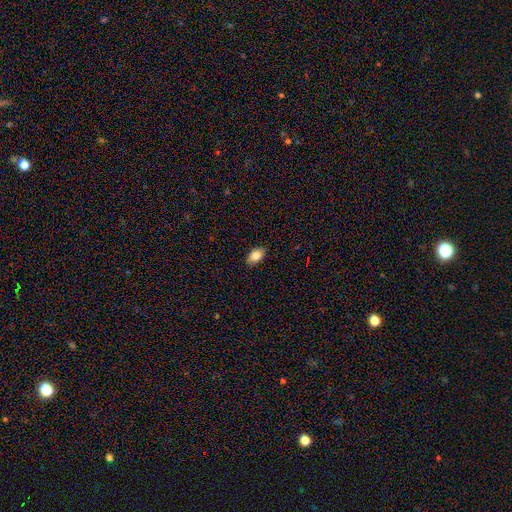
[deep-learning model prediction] Smooth or featured? smooth (85%)
How rounded? in between (90%)
Merging? none (87%)